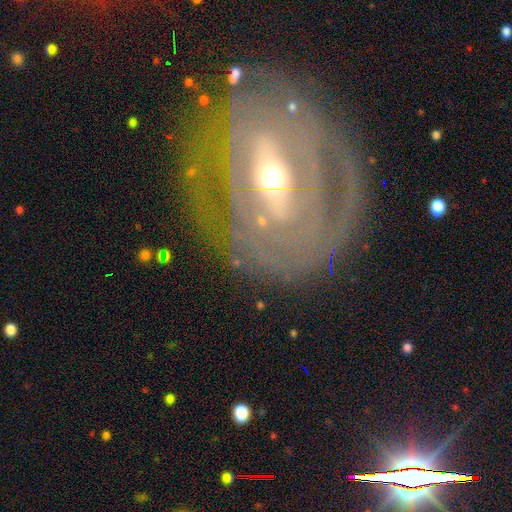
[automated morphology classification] Smooth or featured?
  - featured or disk: 85% *
  - smooth: 8%
  - star or artifact: 7%
Edge-on disk?
  - no: 91% *
  - yes: 9%
Bar?
  - strong: 54% *
  - weak: 31%
  - no: 15%
Spiral arms?
  - yes: 75% *
  - no: 25%
Spiral winding?
  - tight: 72% *
  - medium: 20%
  - loose: 8%
Spiral arm count?
  - can't tell: 48% *
  - 2: 22%
  - 3: 10%
  - 4: 7%
  - more than 4: 6%
  - 1: 6%
Bulge size?
  - moderate: 52% *
  - small: 42%
  - large: 4%
  - dominant: 1%
  - none: 1%
Merging?
  - none: 72% *
  - minor disturbance: 15%
  - major disturbance: 11%
  - merger: 2%